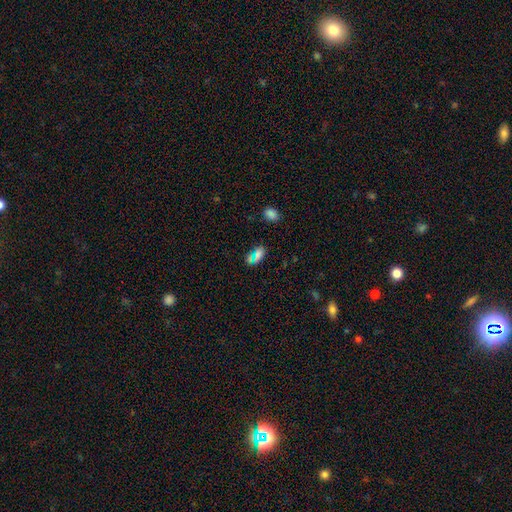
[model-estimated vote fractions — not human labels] Smooth or featured? smooth (66%)
How rounded? in between (82%)
Merging? none (76%)